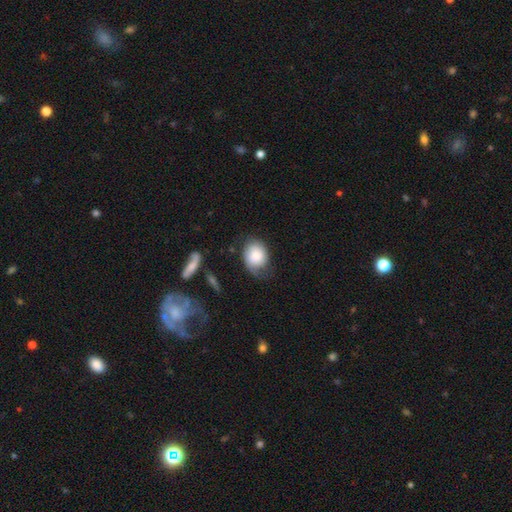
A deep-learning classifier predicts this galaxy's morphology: Smooth or featured? Predicted: smooth (p=0.69). How rounded? Predicted: in between (p=0.55). Merging? Predicted: none (p=0.48).